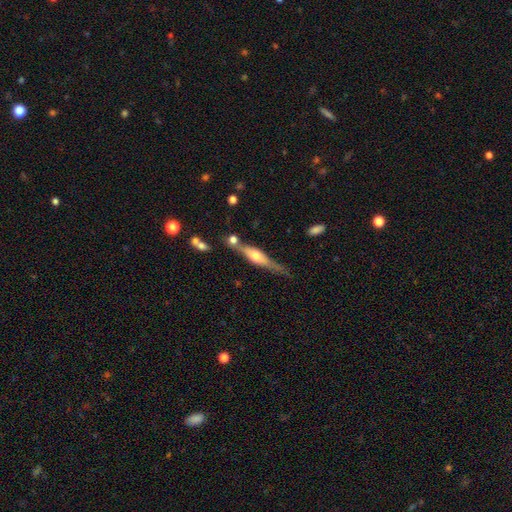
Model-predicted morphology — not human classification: Smooth or featured? Predicted: featured or disk (p=0.70). Edge-on disk? Predicted: yes (p=0.94). Edge-on bulge? Predicted: rounded (p=0.88). Merging? Predicted: none (p=0.66).